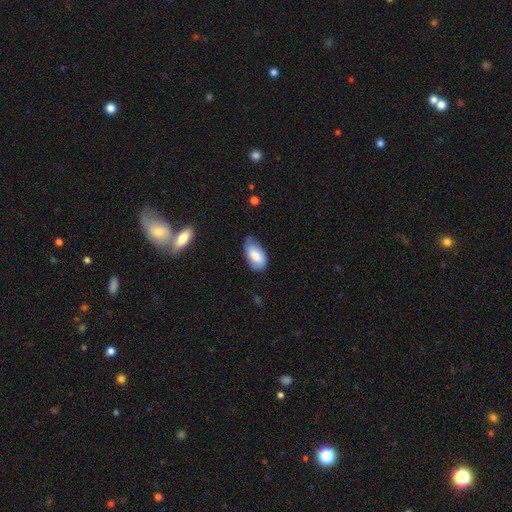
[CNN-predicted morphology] smooth-or-featured: smooth: 77% | featured or disk: 16% | star or artifact: 6%
  how-rounded: in between: 95% | round: 3% | cigar-shaped: 2%
  merging: none: 52% | minor disturbance: 38% | major disturbance: 9% | merger: 2%